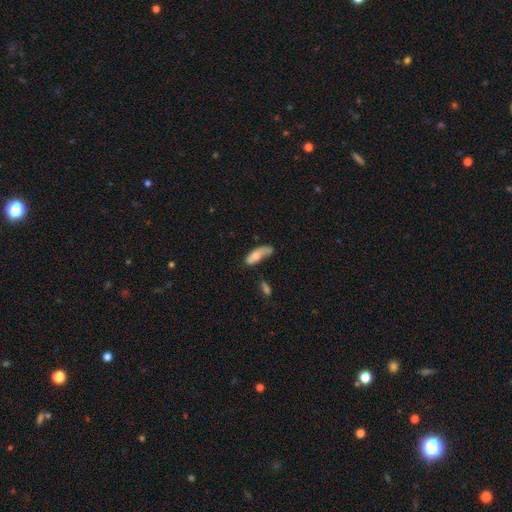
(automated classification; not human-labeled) smooth 65%, featured or disk 28%, star or artifact 7%. Down the decision tree: how rounded — in between (69%); merging — none (39%).